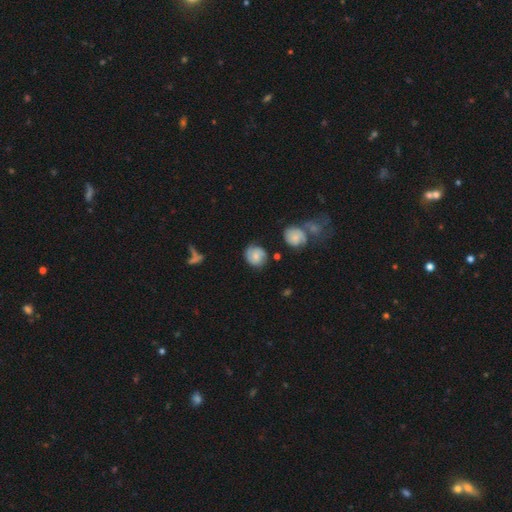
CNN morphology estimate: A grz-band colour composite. It shows a featured or disk galaxy (56%) with no bar (58%), spiral arms (90%) and a small central bulge (42%). Merging: none (73%).